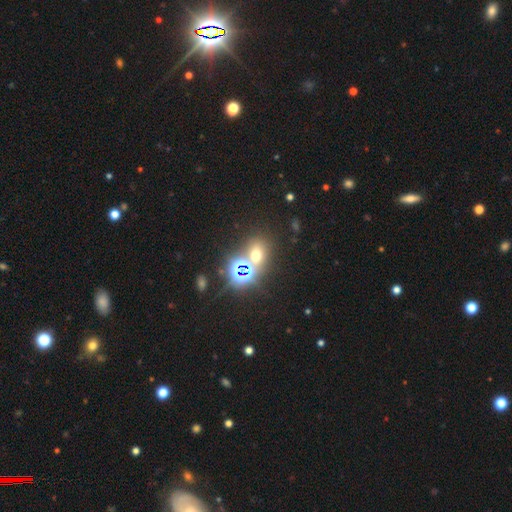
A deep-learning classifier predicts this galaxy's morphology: A star or artifact, not a galaxy (47%).